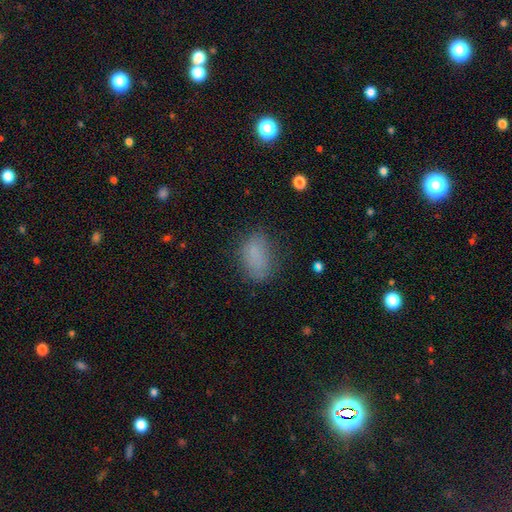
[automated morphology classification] A smooth galaxy with no disk features (80%) that is in between round and cigar-shaped (87%).

Vote fractions:
- Smooth or featured? smooth: 80% / star or artifact: 12% / featured or disk: 8%
- How rounded? in between: 87% / round: 11% / cigar-shaped: 2%
- Merging? none: 70% / minor disturbance: 20% / major disturbance: 8% / merger: 2%